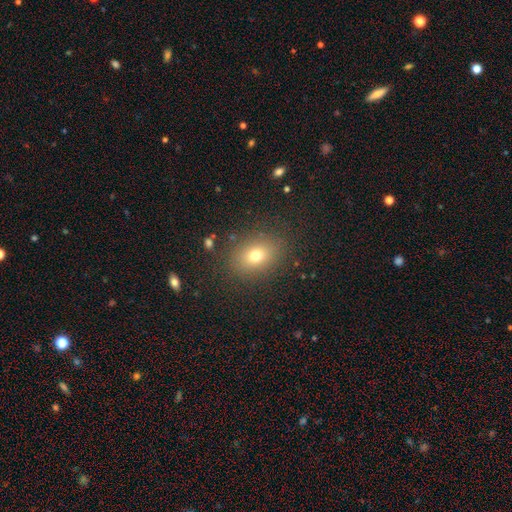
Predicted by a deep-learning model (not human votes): Smooth or featured?
  - smooth: 73% *
  - star or artifact: 15%
  - featured or disk: 13%
How rounded?
  - in between: 57% *
  - round: 42%
  - cigar-shaped: 1%
Merging?
  - none: 85% *
  - minor disturbance: 9%
  - major disturbance: 4%
  - merger: 1%